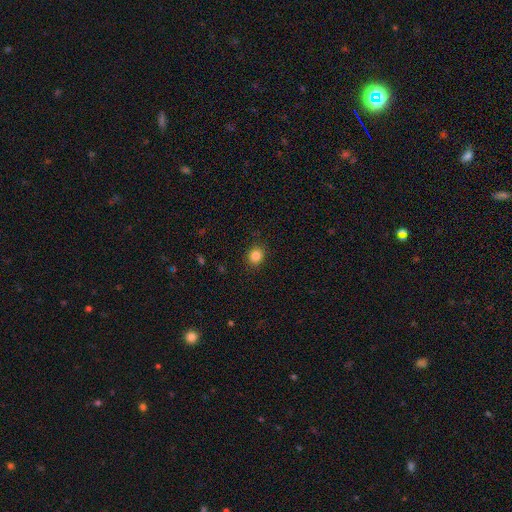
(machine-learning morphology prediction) Smooth or featured?
  - smooth: 85% *
  - star or artifact: 11%
  - featured or disk: 4%
How rounded?
  - round: 79% *
  - in between: 20%
  - cigar-shaped: 1%
Merging?
  - none: 89% *
  - minor disturbance: 7%
  - major disturbance: 2%
  - merger: 1%